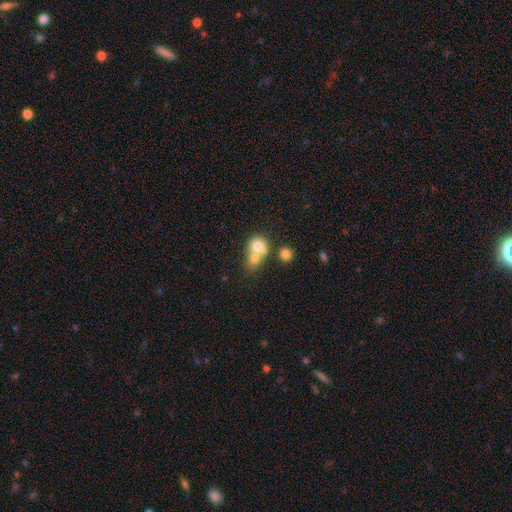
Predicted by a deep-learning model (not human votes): smooth-or-featured: smooth: 69% | featured or disk: 19% | star or artifact: 12%
  how-rounded: round: 73% | in between: 26% | cigar-shaped: 1%
  merging: merger: 66% | none: 24% | minor disturbance: 6% | major disturbance: 4%